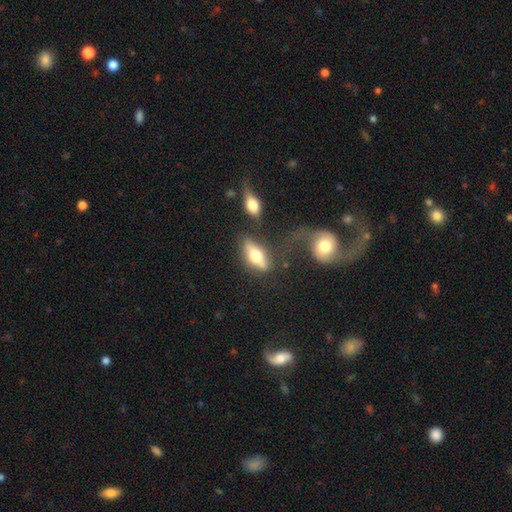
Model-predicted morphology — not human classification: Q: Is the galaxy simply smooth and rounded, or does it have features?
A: featured or disk — 48%.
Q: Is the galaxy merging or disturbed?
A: none — 55%.